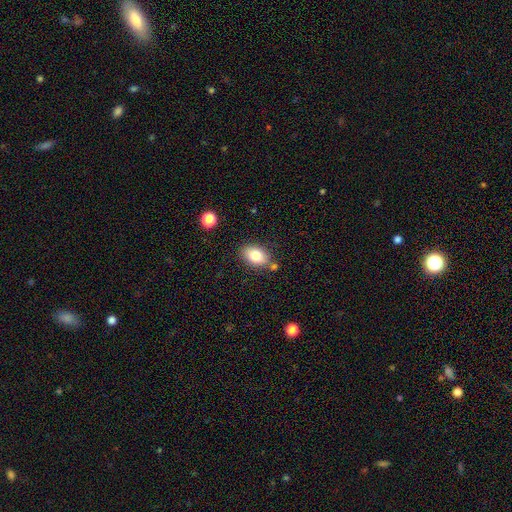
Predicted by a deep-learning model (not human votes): Smooth or featured: smooth — 81% (featured or disk — 11%)
How rounded: in between — 86% (round — 12%)
Merging: none — 76% (minor disturbance — 14%)